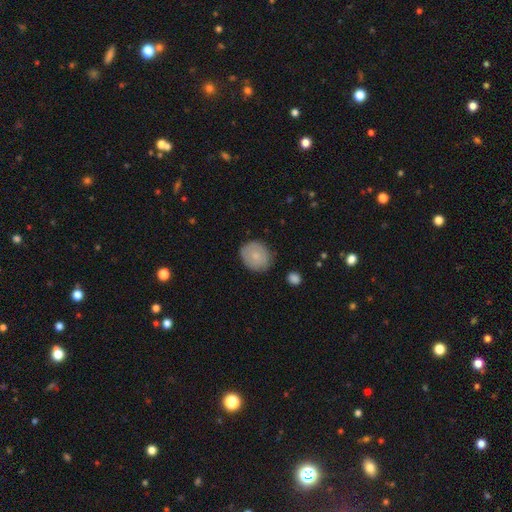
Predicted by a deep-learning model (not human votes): Q: Smooth or featured?
A: smooth (75%); runner-up: featured or disk (18%)
Q: How rounded?
A: round (71%); runner-up: in between (28%)
Q: Merging?
A: none (79%); runner-up: minor disturbance (16%)